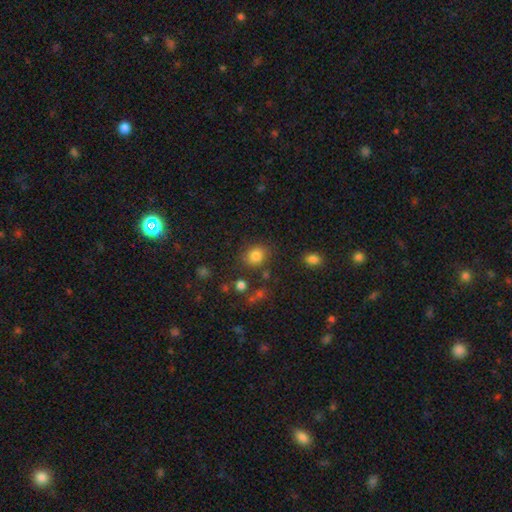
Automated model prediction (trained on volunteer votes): Q: Smooth or featured?
A: smooth (82%); runner-up: star or artifact (11%)
Q: How rounded?
A: round (63%); runner-up: in between (36%)
Q: Merging?
A: none (79%); runner-up: minor disturbance (12%)